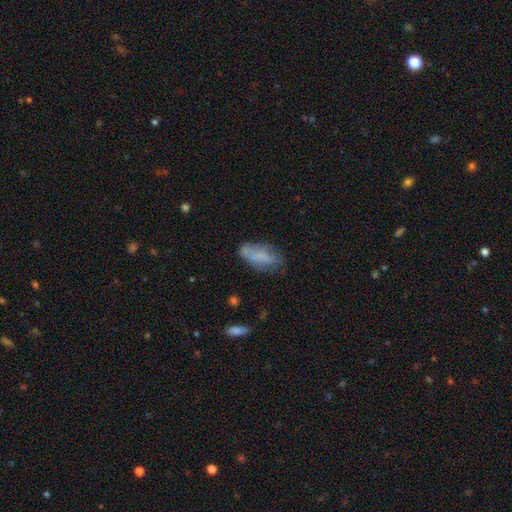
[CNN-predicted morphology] A smooth galaxy with no disk features (63%) that is in between round and cigar-shaped (77%).

Vote fractions:
- Smooth or featured? smooth: 63% / featured or disk: 28% / star or artifact: 9%
- How rounded? in between: 77% / cigar-shaped: 21% / round: 2%
- Merging? none: 59% / minor disturbance: 27% / major disturbance: 10% / merger: 4%